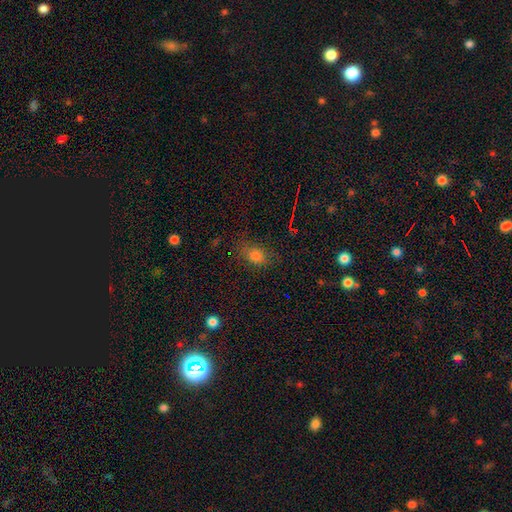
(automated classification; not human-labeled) Smooth or featured? Predicted: smooth (p=0.73). How rounded? Predicted: in between (p=0.66). Merging? Predicted: none (p=0.73).